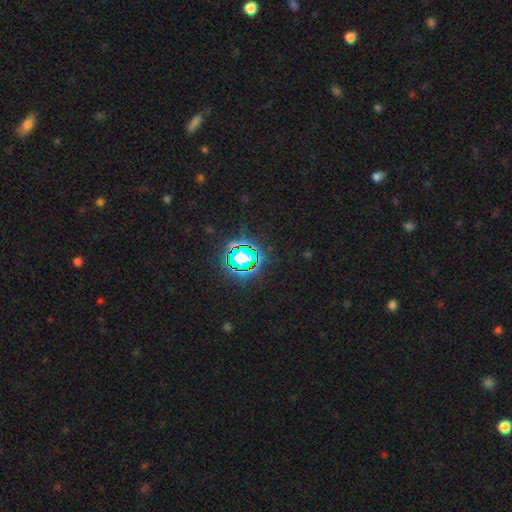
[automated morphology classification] This appears to be a star or artifact, not a galaxy (81%).